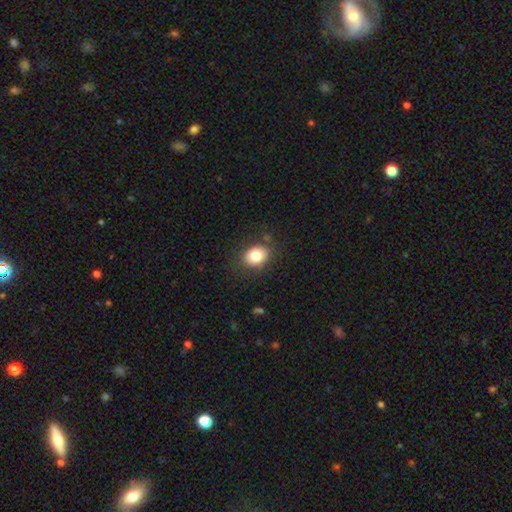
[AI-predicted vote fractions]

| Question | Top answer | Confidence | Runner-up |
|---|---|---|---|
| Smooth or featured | smooth | 82% | star or artifact (9%) |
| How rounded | in between | 53% | round (46%) |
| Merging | none | 82% | minor disturbance (12%) |